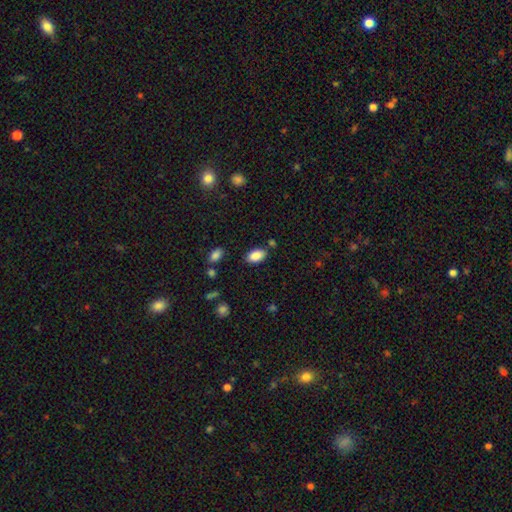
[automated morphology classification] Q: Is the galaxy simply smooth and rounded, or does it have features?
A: smooth — 88%.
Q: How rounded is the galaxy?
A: in between — 93%.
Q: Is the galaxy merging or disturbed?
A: none — 79%.